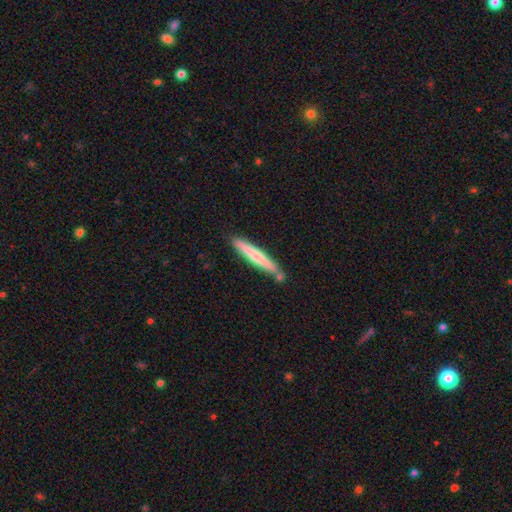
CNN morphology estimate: This is possibly a smooth galaxy (60%). How rounded: clearly cigar-shaped (95%). Merging: likely none (79%).